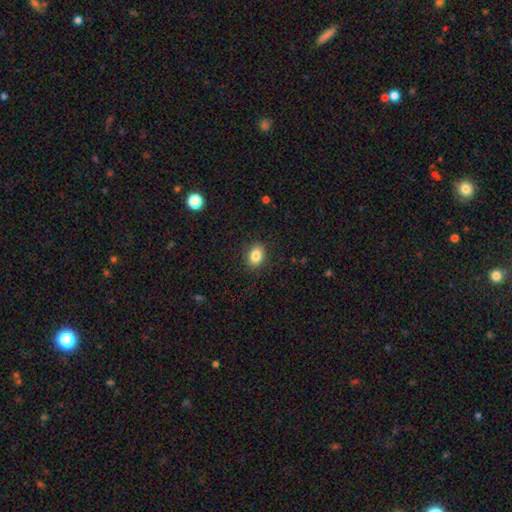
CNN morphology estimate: This appears to be a smooth galaxy with no disk features (85%) that is in between round and cigar-shaped (71%). Merging: none (88%).